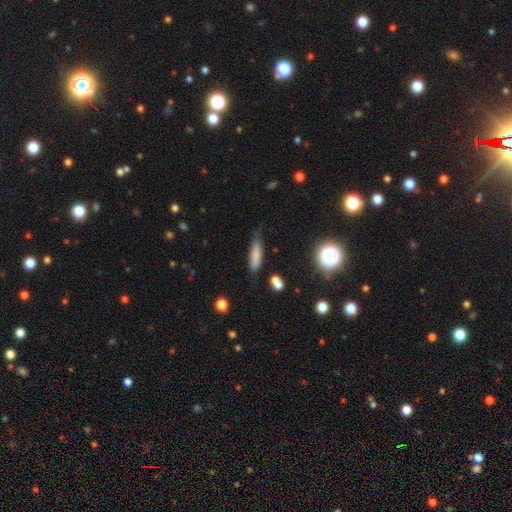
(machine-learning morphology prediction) Smooth or featured? smooth (73%)
How rounded? cigar-shaped (62%)
Merging? none (61%)